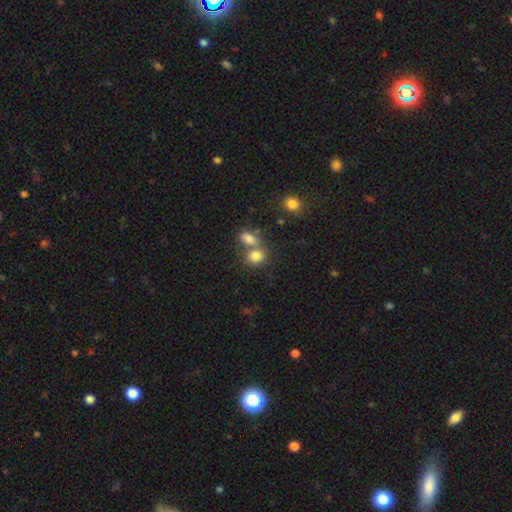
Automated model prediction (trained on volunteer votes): Smooth or featured? smooth (81%)
How rounded? round (53%)
Merging? merger (45%)